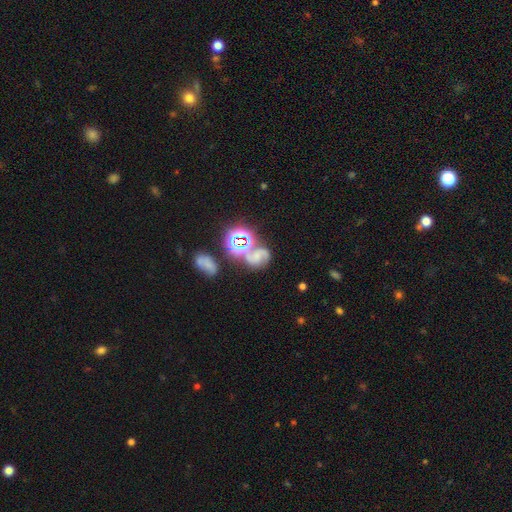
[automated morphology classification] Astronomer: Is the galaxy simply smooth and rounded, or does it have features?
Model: featured or disk — 46% (runner-up: smooth, 27%).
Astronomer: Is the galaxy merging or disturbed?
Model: none — 38% (runner-up: merger, 30%).